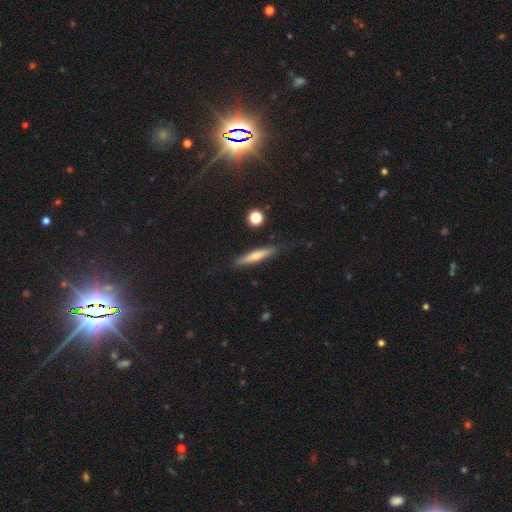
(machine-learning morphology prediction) type=smooth (47%); merging=none (80%).